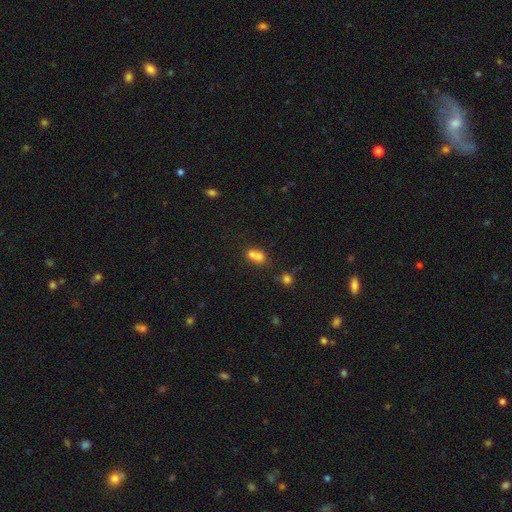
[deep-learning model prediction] Morphology: type=smooth (71%); roundness=in between (55%); merging=merger (61%).